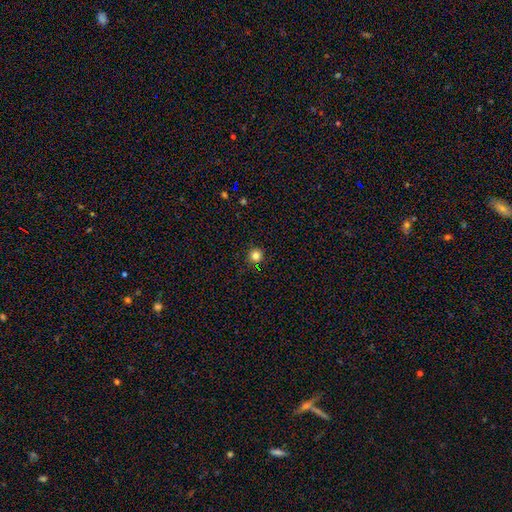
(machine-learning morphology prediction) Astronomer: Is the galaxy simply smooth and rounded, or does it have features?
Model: smooth — 82%.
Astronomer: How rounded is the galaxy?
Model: round — 96%.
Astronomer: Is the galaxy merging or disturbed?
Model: none — 92%.